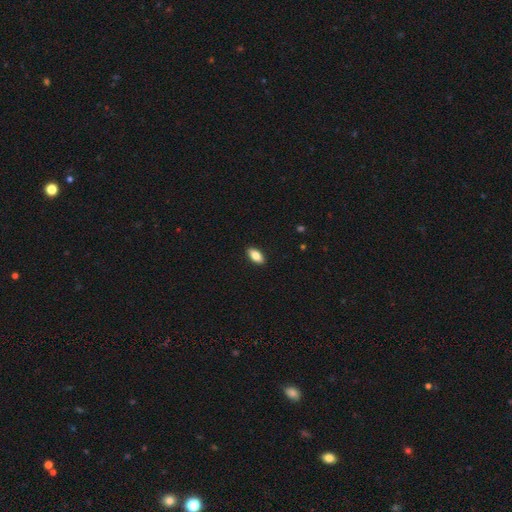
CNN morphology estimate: smooth-or-featured: smooth: 83% | featured or disk: 10% | star or artifact: 7%
  how-rounded: in between: 90% | cigar-shaped: 7% | round: 3%
  merging: none: 90% | minor disturbance: 7% | major disturbance: 2% | merger: 1%